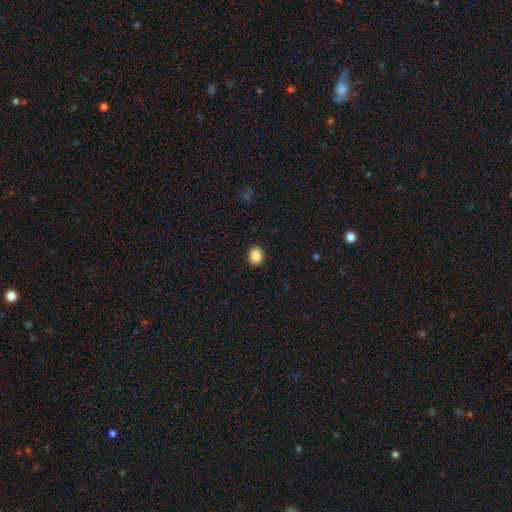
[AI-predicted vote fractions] smooth_or_featured: smooth (p=0.87) [alt: star or artifact p=0.09]
how_rounded: round (p=0.60) [alt: in between p=0.39]
merging: none (p=0.91) [alt: minor disturbance p=0.06]